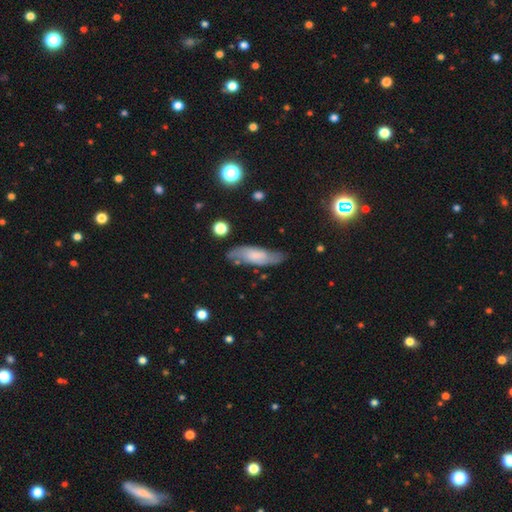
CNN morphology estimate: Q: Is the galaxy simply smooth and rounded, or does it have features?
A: smooth — 55%.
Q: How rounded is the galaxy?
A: in between — 57%.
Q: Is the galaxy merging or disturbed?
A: none — 71%.